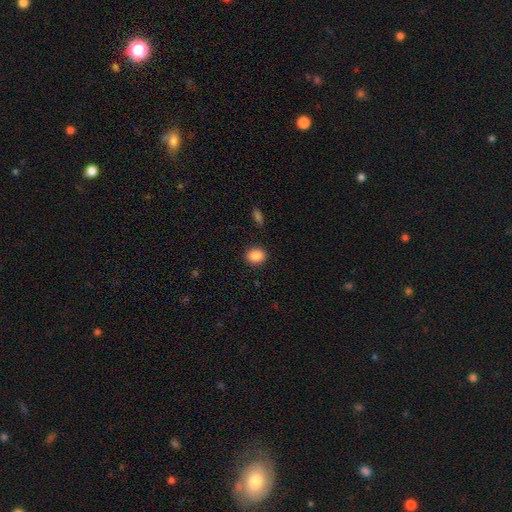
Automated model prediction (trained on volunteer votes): A smooth galaxy with no disk features (88%) that is round (63%).

Vote fractions:
- Smooth or featured? smooth: 88% / star or artifact: 9% / featured or disk: 3%
- How rounded? round: 63% / in between: 36% / cigar-shaped: 1%
- Merging? none: 89% / minor disturbance: 7% / major disturbance: 2% / merger: 1%